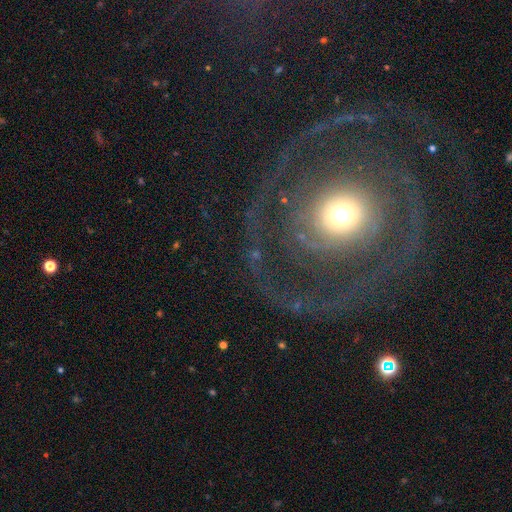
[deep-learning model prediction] Smooth or featured? featured or disk (72%)
Edge-on disk? no (96%)
Bar? no (79%)
Spiral arms? yes (68%)
Bulge size? moderate (53%)
Merging? none (71%)